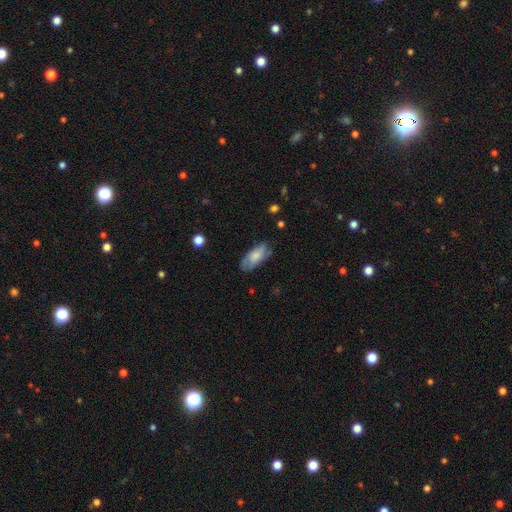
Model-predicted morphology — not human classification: Overall: smooth (69%). How rounded: in between (84%). Merging: none (68%).